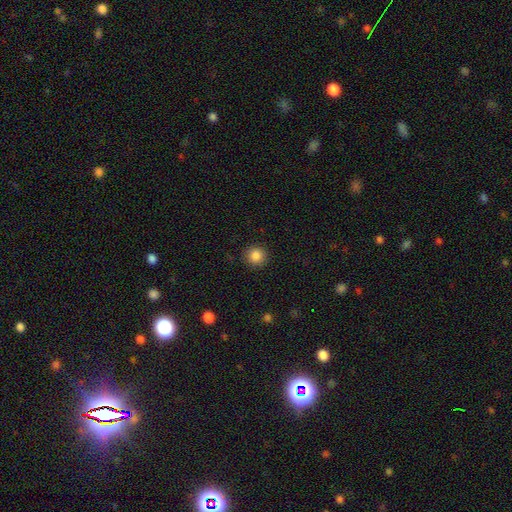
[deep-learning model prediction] Q: Smooth or featured?
A: smooth (86%); runner-up: star or artifact (10%)
Q: How rounded?
A: round (93%); runner-up: in between (6%)
Q: Merging?
A: none (91%); runner-up: minor disturbance (6%)